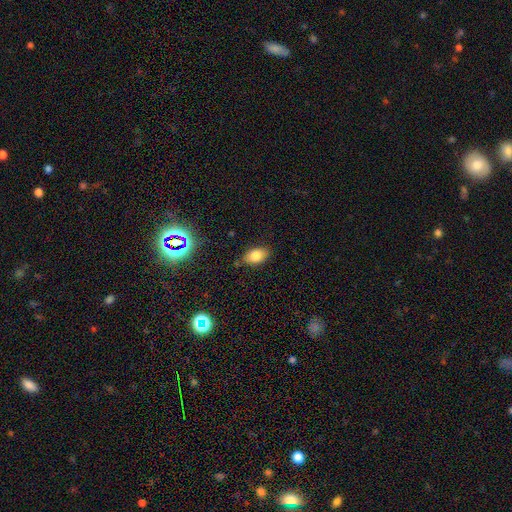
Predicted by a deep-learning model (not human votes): smooth-or-featured: smooth: 79% | star or artifact: 11% | featured or disk: 10%
  how-rounded: in between: 89% | round: 9% | cigar-shaped: 2%
  merging: none: 82% | minor disturbance: 13% | major disturbance: 3% | merger: 2%